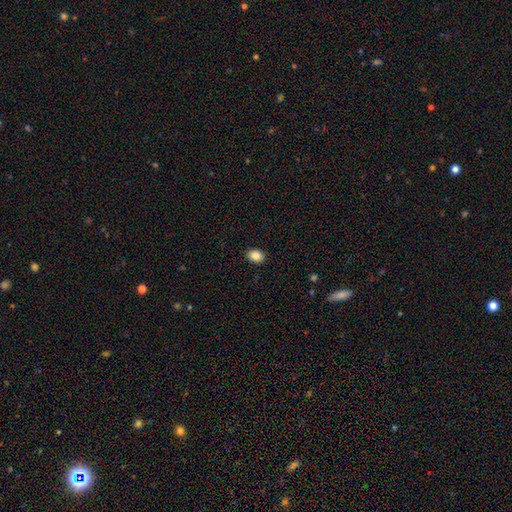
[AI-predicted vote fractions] smooth-or-featured: smooth: 85% | star or artifact: 9% | featured or disk: 6%
  how-rounded: in between: 61% | round: 38% | cigar-shaped: 1%
  merging: none: 90% | minor disturbance: 7% | major disturbance: 2% | merger: 1%